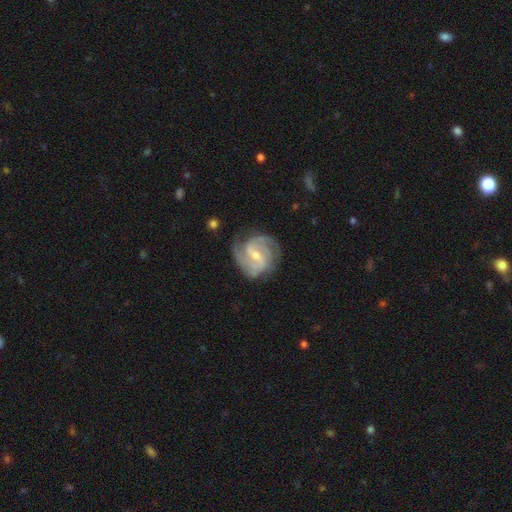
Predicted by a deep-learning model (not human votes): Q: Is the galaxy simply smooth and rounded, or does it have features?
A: featured or disk — 91%.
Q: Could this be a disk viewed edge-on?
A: no — 98%.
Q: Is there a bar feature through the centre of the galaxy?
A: weak — 53%.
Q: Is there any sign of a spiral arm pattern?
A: yes — 98%.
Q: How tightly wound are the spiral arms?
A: tight — 49%.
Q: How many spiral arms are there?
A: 3 — 41%.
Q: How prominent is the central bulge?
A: small — 56%.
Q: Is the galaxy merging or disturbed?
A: none — 77%.